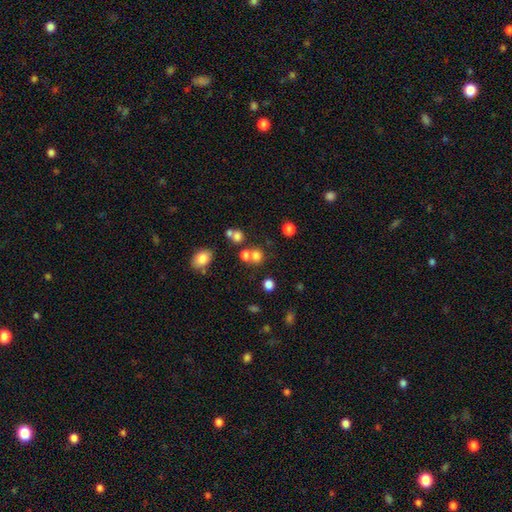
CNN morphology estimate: Smooth or featured: smooth — 71% (star or artifact — 18%)
How rounded: round — 80% (in between — 19%)
Merging: none — 53% (merger — 34%)